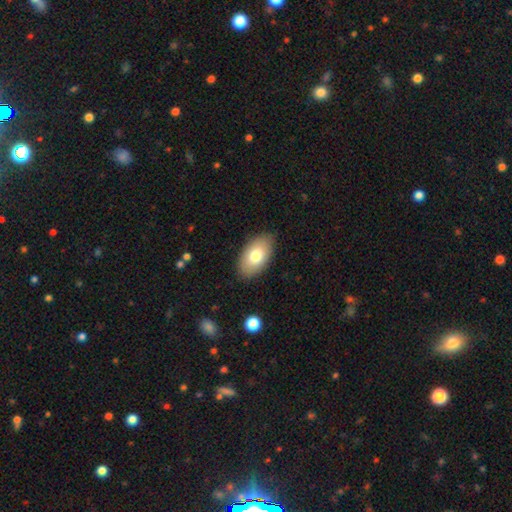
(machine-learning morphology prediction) type=smooth (76%); roundness=in between (94%); merging=none (86%).